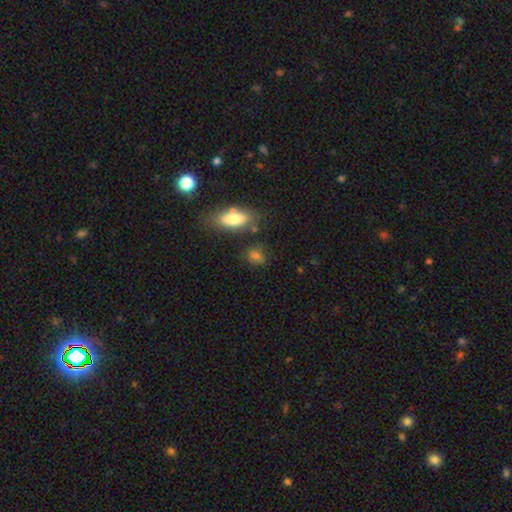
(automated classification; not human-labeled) smooth-or-featured: smooth: 77% | star or artifact: 13% | featured or disk: 10%
  how-rounded: in between: 69% | round: 25% | cigar-shaped: 6%
  merging: none: 66% | minor disturbance: 18% | merger: 10% | major disturbance: 6%